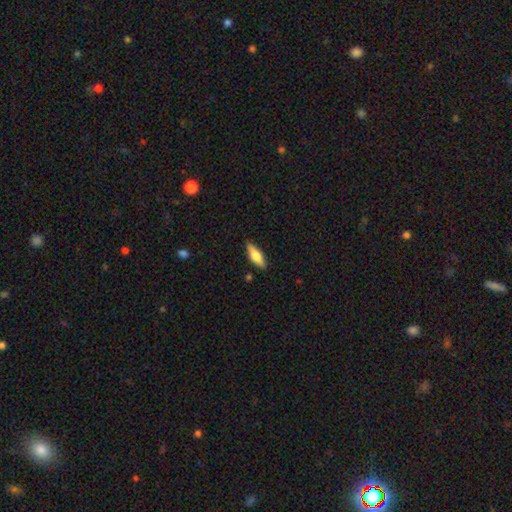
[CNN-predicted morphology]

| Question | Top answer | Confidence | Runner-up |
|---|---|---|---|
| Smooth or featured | smooth | 64% | featured or disk (30%) |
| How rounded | in between | 54% | cigar-shaped (44%) |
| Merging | none | 87% | minor disturbance (10%) |